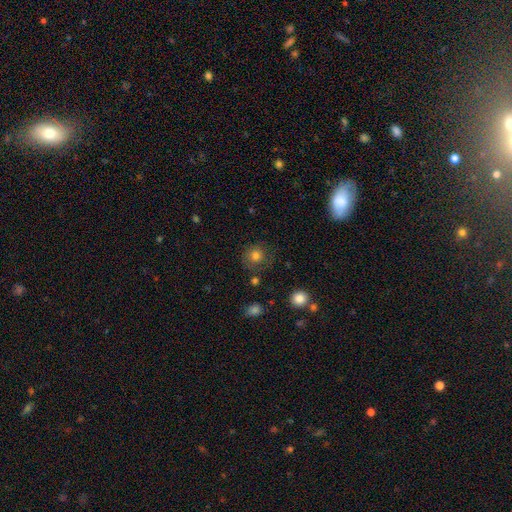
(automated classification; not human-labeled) Morphology: type=smooth (78%); roundness=round (90%); merging=none (76%).